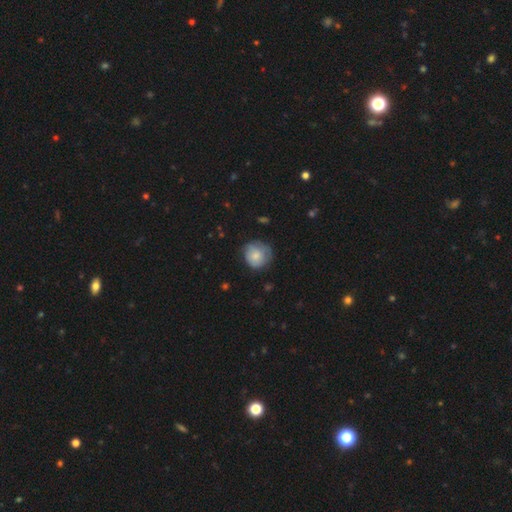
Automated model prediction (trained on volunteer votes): smooth_or_featured: smooth (p=0.74) [alt: featured or disk p=0.19]
how_rounded: round (p=0.86) [alt: in between p=0.13]
merging: none (p=0.62) [alt: minor disturbance p=0.28]